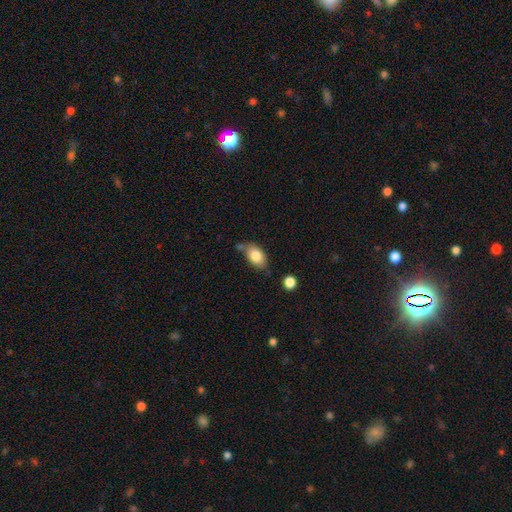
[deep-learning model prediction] This is clearly a smooth galaxy (81%). How rounded: clearly in between (88%). Merging: possibly none (60%).